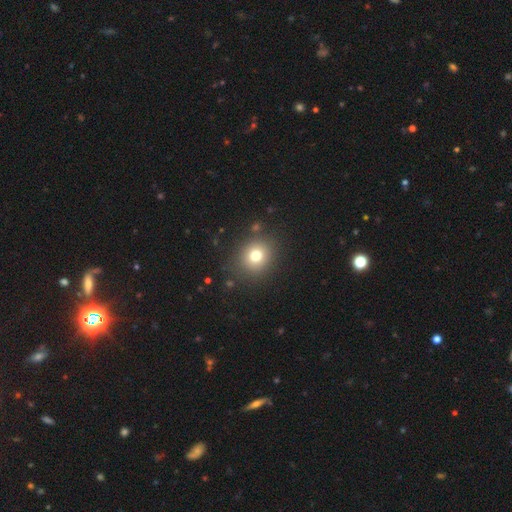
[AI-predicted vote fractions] A smooth galaxy with no disk features (75%) that is round (76%).

Vote fractions:
- Smooth or featured? smooth: 75% / star or artifact: 14% / featured or disk: 11%
- How rounded? round: 76% / in between: 23% / cigar-shaped: 1%
- Merging? none: 85% / minor disturbance: 9% / major disturbance: 4% / merger: 3%